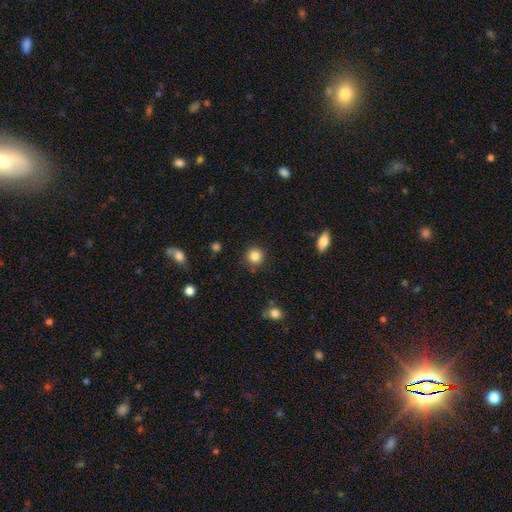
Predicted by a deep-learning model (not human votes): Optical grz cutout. It shows a smooth galaxy with no disk features (85%) that is round (93%). Merging: none (88%).